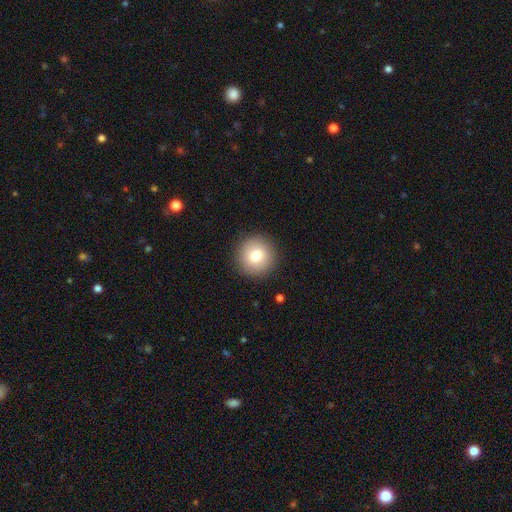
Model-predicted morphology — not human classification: The model was most divided on "smooth or featured": smooth: 79%, featured or disk: 11%, star or artifact: 9%. More confident: how rounded — round (95%); merging — none (91%).